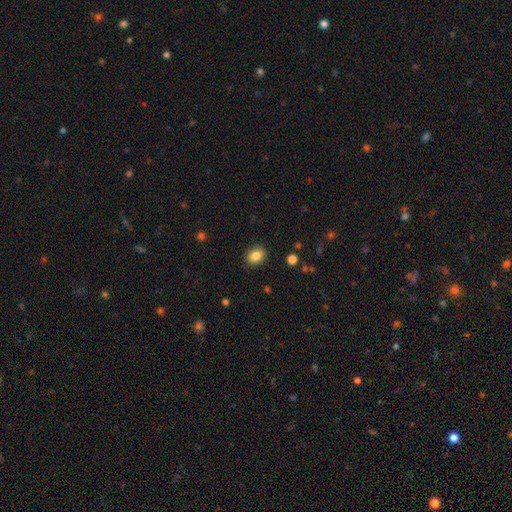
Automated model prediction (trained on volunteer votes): This appears to be a smooth galaxy with no disk features (85%) that is in between round and cigar-shaped (55%). Merging: none (88%).